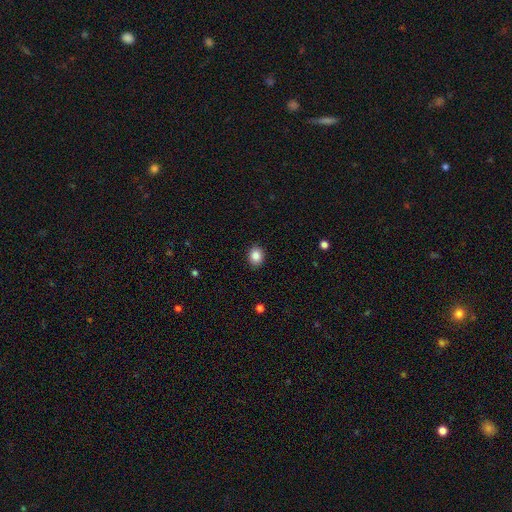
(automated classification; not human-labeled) The model was most divided on "how rounded": round: 51%, in between: 48%, cigar-shaped: 1%. More confident: merging — none (89%); smooth or featured — smooth (87%).